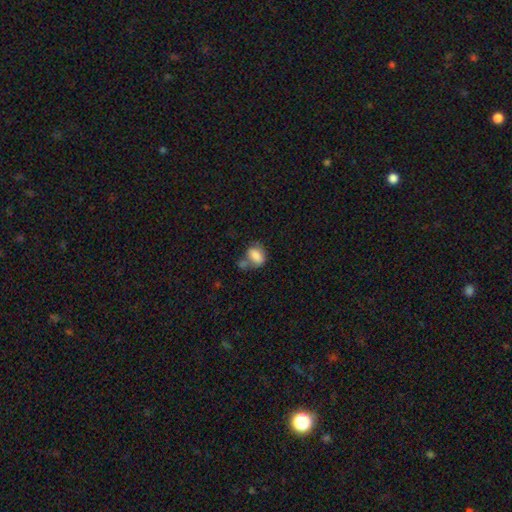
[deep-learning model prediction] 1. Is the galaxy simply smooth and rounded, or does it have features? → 81% smooth, 10% featured or disk, 9% star or artifact.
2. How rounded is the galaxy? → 73% in between, 25% round, 2% cigar-shaped.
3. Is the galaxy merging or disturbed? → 40% none, 29% merger, 21% minor disturbance, 10% major disturbance.